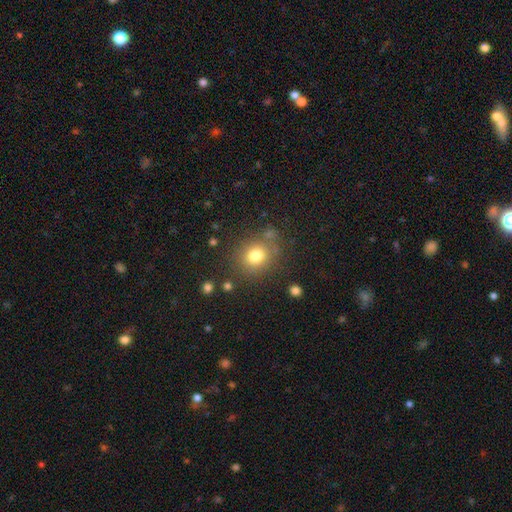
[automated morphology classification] The model was most divided on "how rounded": round: 78%, in between: 21%, cigar-shaped: 1%. More confident: smooth or featured — smooth (78%); merging — none (77%).